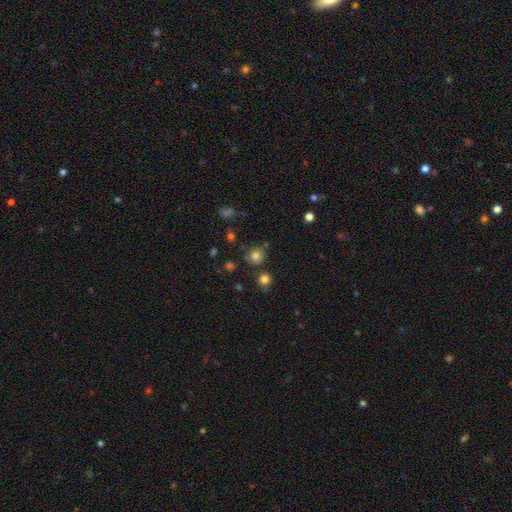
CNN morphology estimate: Overall: smooth (80%). How rounded: round (88%). Merging: none (75%).